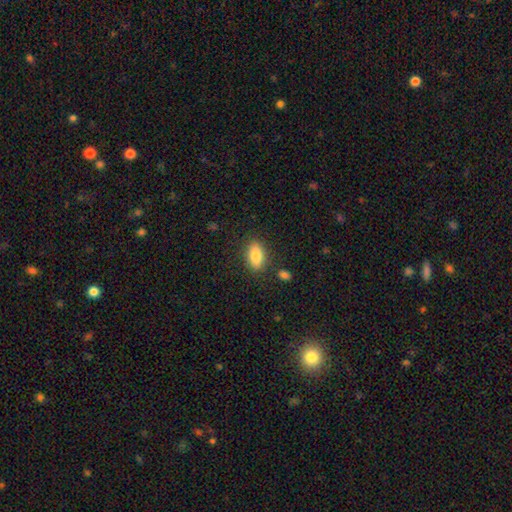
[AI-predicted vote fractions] smooth-or-featured: smooth: 83% | featured or disk: 9% | star or artifact: 7%
  how-rounded: in between: 87% | cigar-shaped: 8% | round: 6%
  merging: none: 83% | minor disturbance: 10% | merger: 3% | major disturbance: 3%